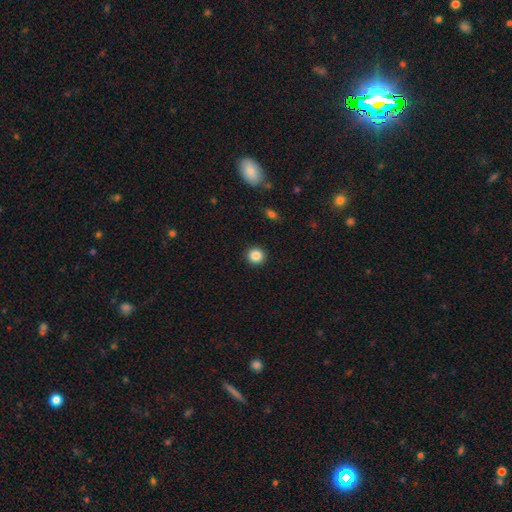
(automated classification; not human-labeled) Smooth or featured? smooth (86%)
How rounded? round (94%)
Merging? none (92%)